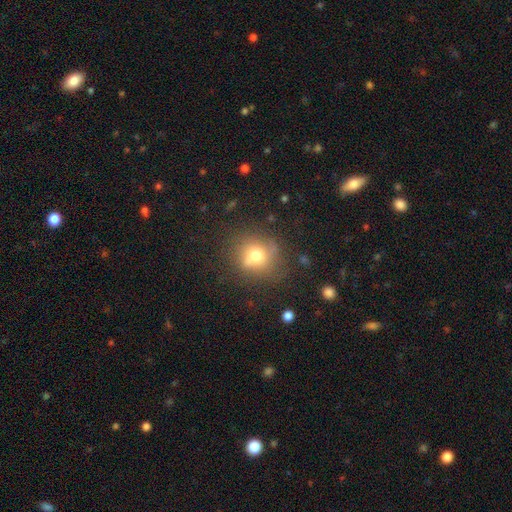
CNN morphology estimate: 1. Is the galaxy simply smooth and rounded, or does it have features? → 68% smooth, 17% featured or disk, 15% star or artifact.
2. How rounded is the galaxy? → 83% round, 16% in between, 1% cigar-shaped.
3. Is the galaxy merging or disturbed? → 68% none, 18% minor disturbance, 8% major disturbance, 6% merger.